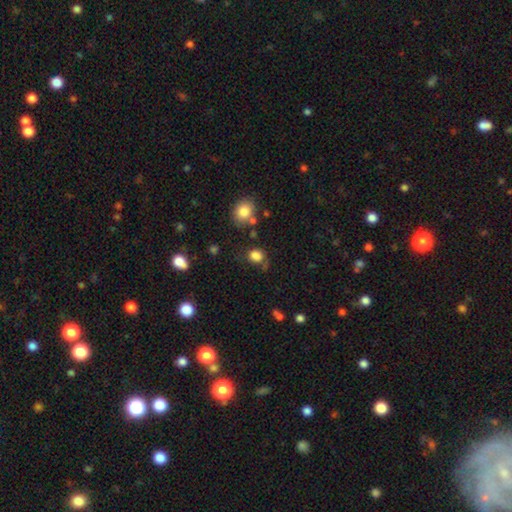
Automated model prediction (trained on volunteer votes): Smooth or featured?
  - smooth: 81% *
  - star or artifact: 13%
  - featured or disk: 6%
How rounded?
  - round: 60% *
  - in between: 39%
  - cigar-shaped: 1%
Merging?
  - none: 61% *
  - minor disturbance: 21%
  - major disturbance: 11%
  - merger: 7%